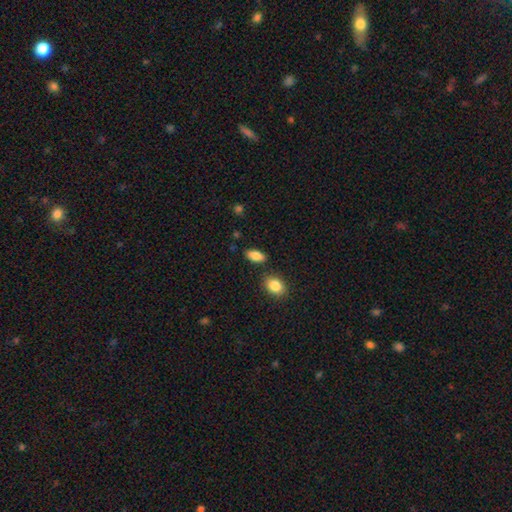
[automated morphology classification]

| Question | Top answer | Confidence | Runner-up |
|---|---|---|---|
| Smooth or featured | smooth | 86% | star or artifact (7%) |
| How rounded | in between | 90% | cigar-shaped (6%) |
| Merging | none | 82% | minor disturbance (11%) |